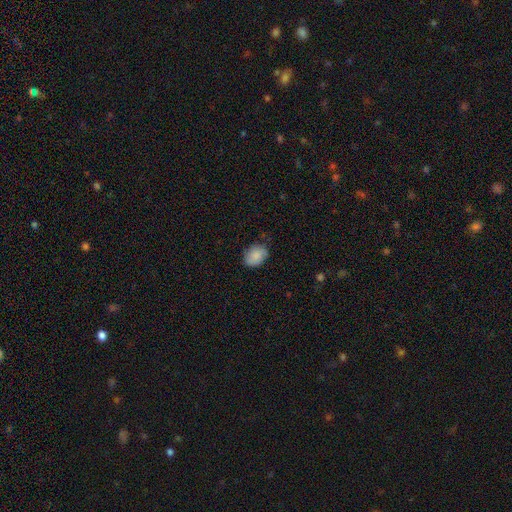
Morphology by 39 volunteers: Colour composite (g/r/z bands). It shows a smooth galaxy with no disk features (85%) that is in between round and cigar-shaped (52%). Merging: none (69%).